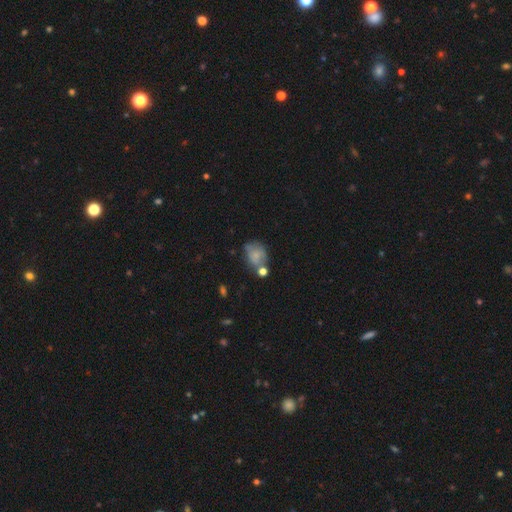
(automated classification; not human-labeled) smooth 67%, featured or disk 22%, star or artifact 10%. Down the decision tree: how rounded — in between (59%); merging — none (37%).